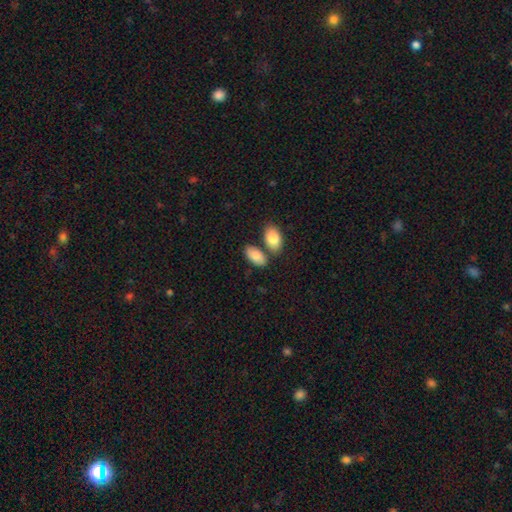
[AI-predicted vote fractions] Smooth or featured? smooth (85%)
How rounded? in between (94%)
Merging? none (62%)